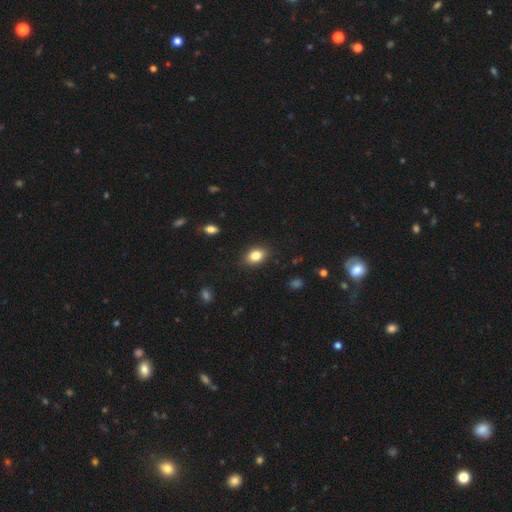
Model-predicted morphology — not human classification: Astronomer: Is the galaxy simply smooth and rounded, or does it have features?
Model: smooth — 83%.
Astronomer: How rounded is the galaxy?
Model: in between — 78%.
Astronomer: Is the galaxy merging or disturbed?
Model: none — 87%.